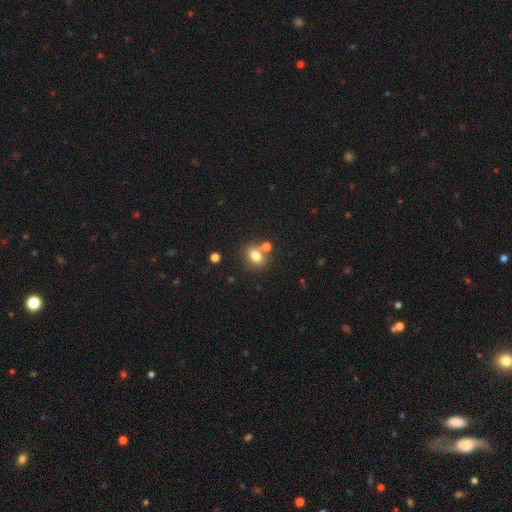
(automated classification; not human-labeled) smooth_or_featured: smooth (p=0.77) [alt: star or artifact p=0.12]
how_rounded: in between (p=0.64) [alt: round p=0.34]
merging: none (p=0.61) [alt: merger p=0.24]